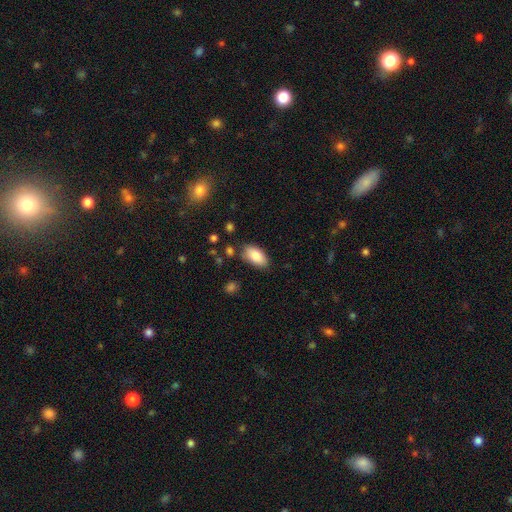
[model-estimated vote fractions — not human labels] Smooth or featured: smooth — 84% (featured or disk — 9%)
How rounded: in between — 94% (cigar-shaped — 3%)
Merging: none — 81% (minor disturbance — 13%)